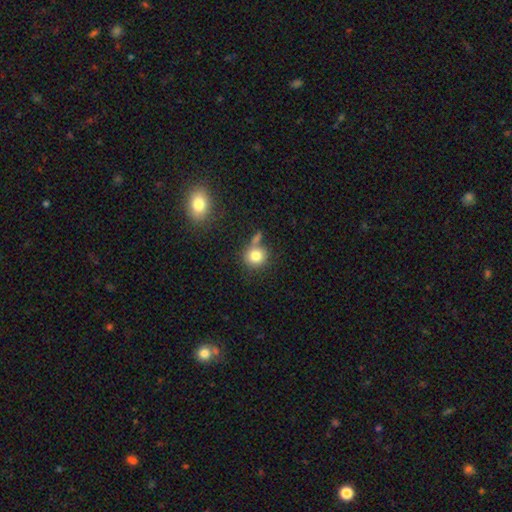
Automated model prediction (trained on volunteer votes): This is clearly a smooth galaxy (80%). How rounded: clearly round (87%). Merging: likely none (60%).